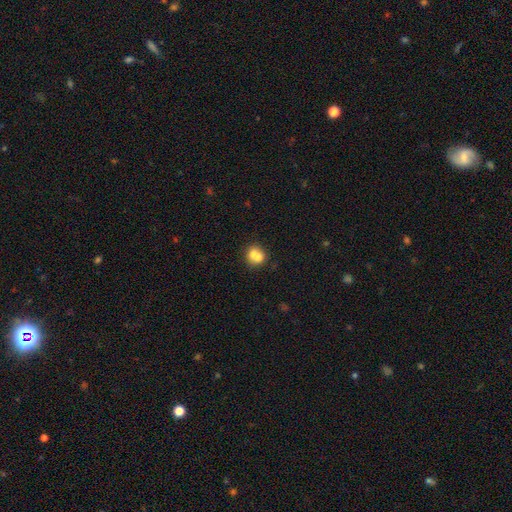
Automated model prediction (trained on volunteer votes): Smooth or featured?
  - smooth: 70% *
  - featured or disk: 20%
  - star or artifact: 10%
How rounded?
  - round: 74% *
  - in between: 25%
  - cigar-shaped: 1%
Merging?
  - merger: 56% *
  - none: 33%
  - minor disturbance: 8%
  - major disturbance: 3%